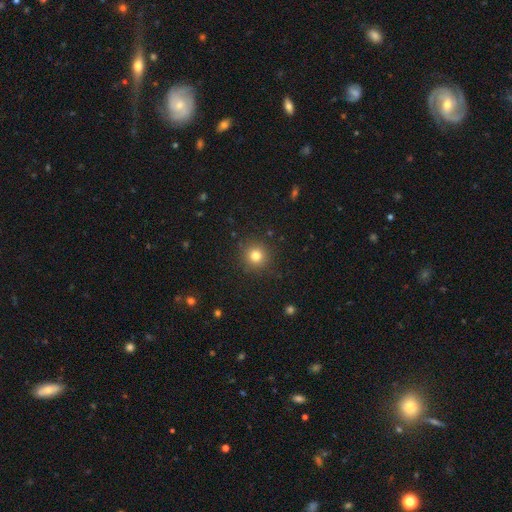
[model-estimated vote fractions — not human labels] Smooth or featured?
  - smooth: 80% *
  - star or artifact: 14%
  - featured or disk: 7%
How rounded?
  - round: 94% *
  - in between: 5%
  - cigar-shaped: 1%
Merging?
  - none: 90% *
  - minor disturbance: 6%
  - major disturbance: 2%
  - merger: 1%